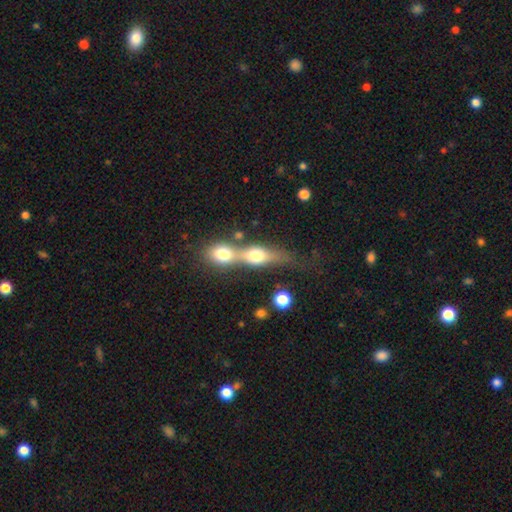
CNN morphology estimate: Smooth or featured? Predicted: smooth (p=0.52). How rounded? Predicted: in between (p=0.51). Merging? Predicted: merger (p=0.62).